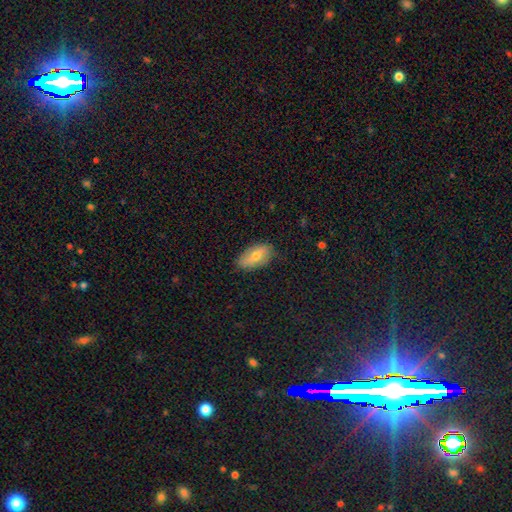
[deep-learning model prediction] Morphology: type=smooth (64%); roundness=in between (89%); merging=none (80%).